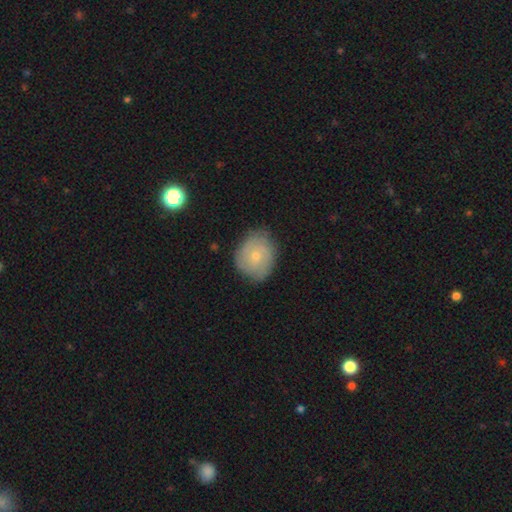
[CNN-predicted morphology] Smooth or featured?
  - smooth: 57% *
  - featured or disk: 36%
  - star or artifact: 8%
How rounded?
  - round: 66% *
  - in between: 33%
  - cigar-shaped: 1%
Merging?
  - none: 70% *
  - minor disturbance: 24%
  - major disturbance: 5%
  - merger: 1%